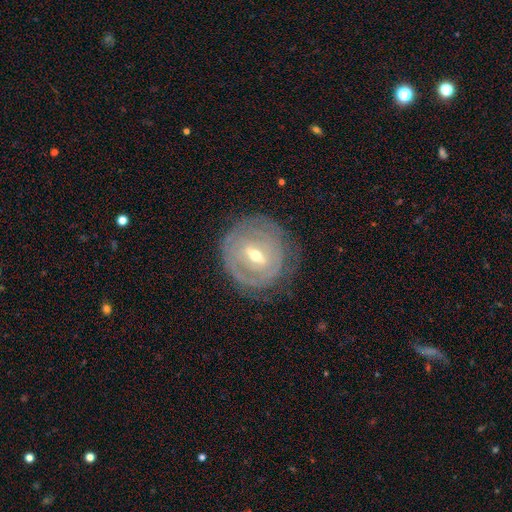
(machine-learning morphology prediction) This appears to be a featured or disk galaxy (80%) with a weak bar (48%), tight (82%) spiral arms (75%) and a moderate central bulge (57%). Merging: none (75%).